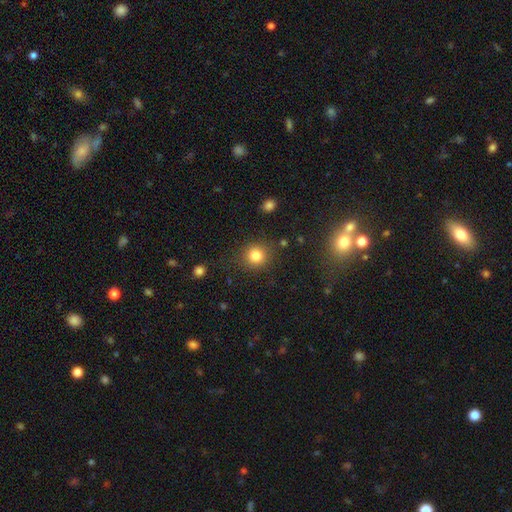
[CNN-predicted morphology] smooth_or_featured: smooth (p=0.82) [alt: star or artifact p=0.12]
how_rounded: round (p=0.89) [alt: in between p=0.10]
merging: none (p=0.85) [alt: minor disturbance p=0.09]